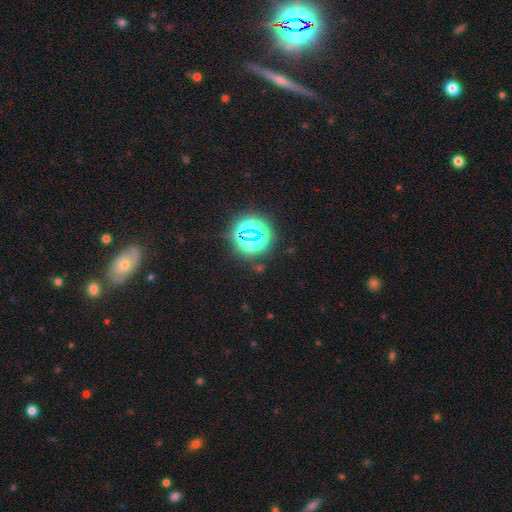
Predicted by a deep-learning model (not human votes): This is likely a star or artifact rather than a galaxy (69%).